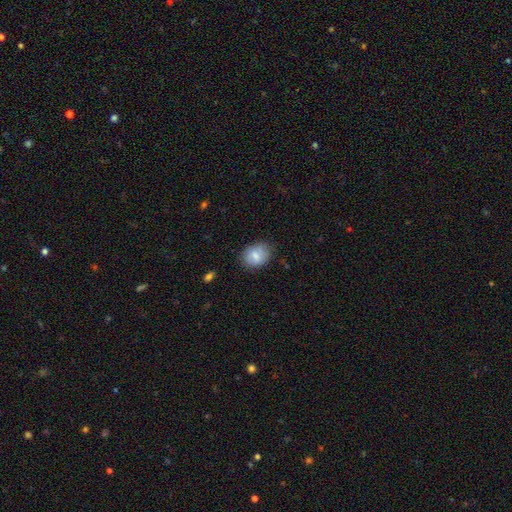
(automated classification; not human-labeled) Morphology: type=smooth (81%); roundness=in between (64%); merging=none (80%).